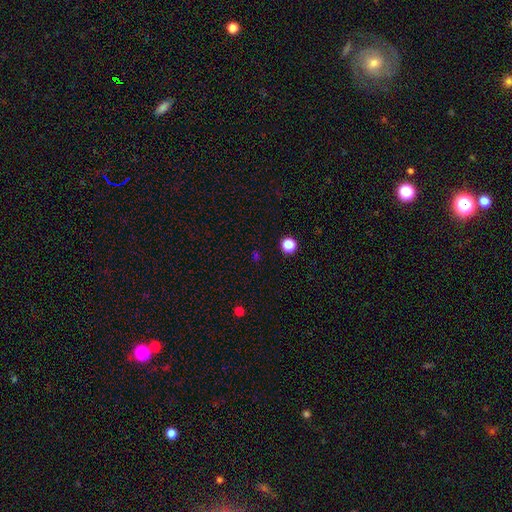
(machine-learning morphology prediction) A smooth galaxy with no disk features (53%) that is round (83%). Merging: none (86%).